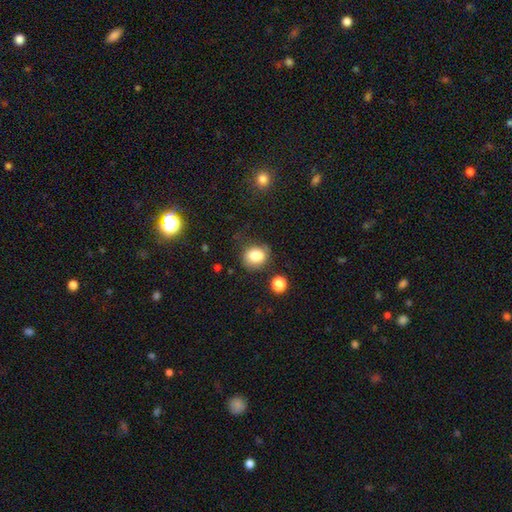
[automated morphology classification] smooth-or-featured: smooth: 80% | star or artifact: 11% | featured or disk: 9%
  how-rounded: round: 63% | in between: 36% | cigar-shaped: 1%
  merging: none: 64% | minor disturbance: 21% | merger: 8% | major disturbance: 7%